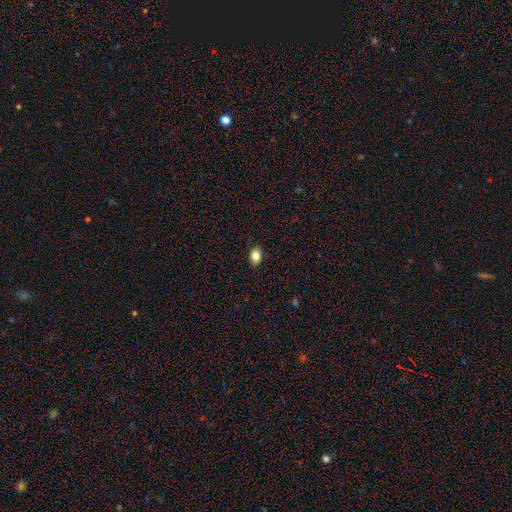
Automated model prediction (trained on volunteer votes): Smooth or featured? smooth (86%)
How rounded? in between (82%)
Merging? none (87%)